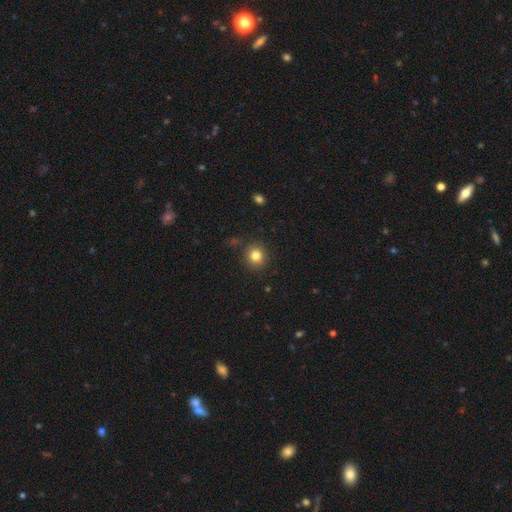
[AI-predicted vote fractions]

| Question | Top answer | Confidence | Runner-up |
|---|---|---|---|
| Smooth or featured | smooth | 81% | star or artifact (12%) |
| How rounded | round | 87% | in between (12%) |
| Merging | none | 87% | minor disturbance (9%) |